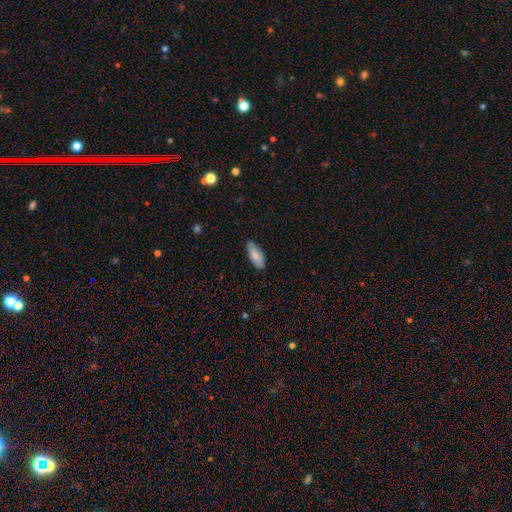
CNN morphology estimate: This is clearly a smooth galaxy (81%). How rounded: clearly in between (82%). Merging: clearly none (84%).